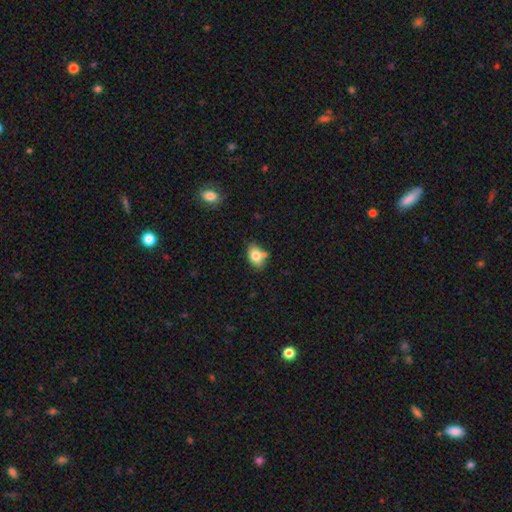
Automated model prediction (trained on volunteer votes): Smooth or featured? smooth (77%)
How rounded? in between (79%)
Merging? none (50%)